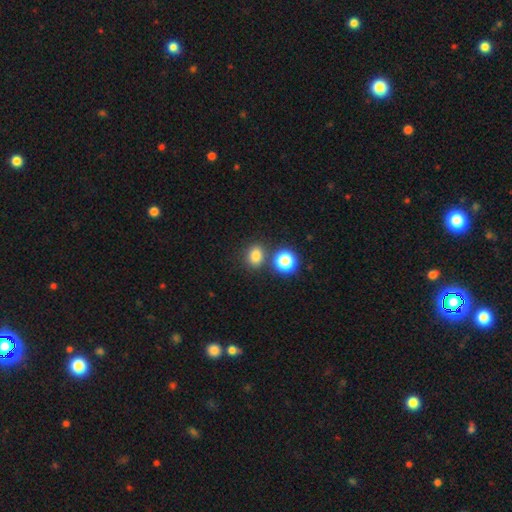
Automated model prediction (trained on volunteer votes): Q: Smooth or featured?
A: smooth (79%); runner-up: star or artifact (15%)
Q: How rounded?
A: round (56%); runner-up: in between (43%)
Q: Merging?
A: none (75%); runner-up: merger (12%)